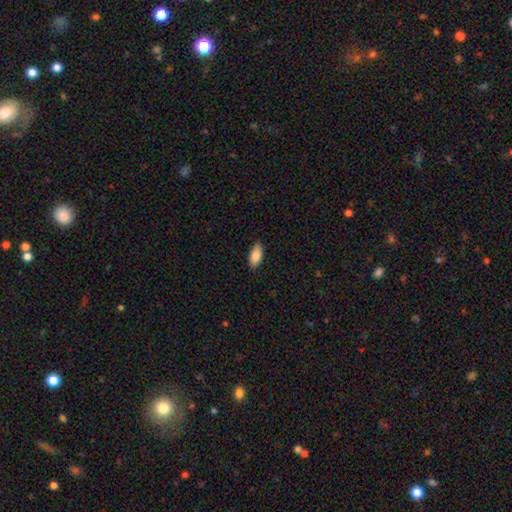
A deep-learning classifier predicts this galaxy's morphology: This appears to be a smooth galaxy with no disk features (84%) that is in between round and cigar-shaped (86%). Merging: none (85%).